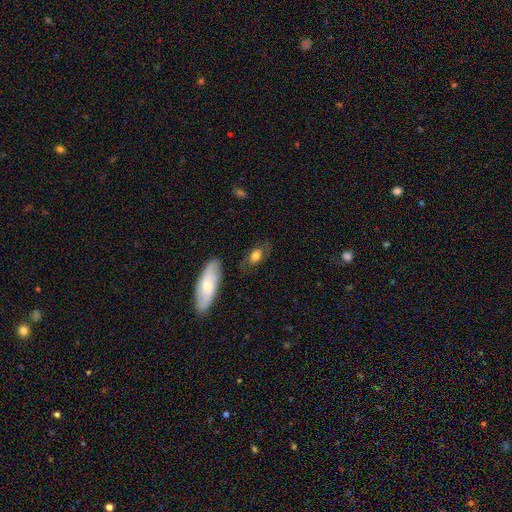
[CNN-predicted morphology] Q: Smooth or featured?
A: smooth (64%); runner-up: featured or disk (27%)
Q: How rounded?
A: in between (82%); runner-up: round (11%)
Q: Merging?
A: none (71%); runner-up: minor disturbance (18%)